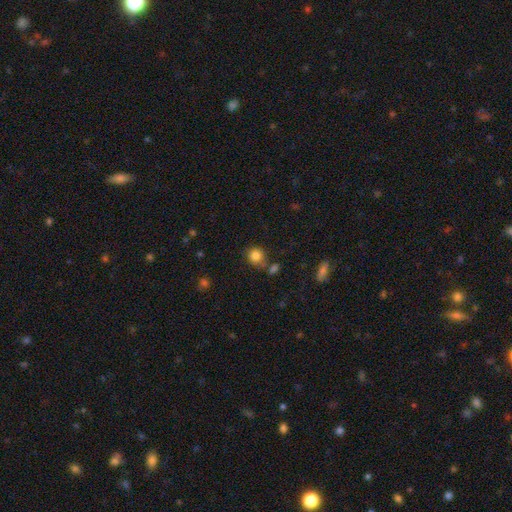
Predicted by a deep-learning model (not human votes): This is clearly a smooth galaxy (83%). How rounded: clearly round (84%). Merging: likely none (69%).